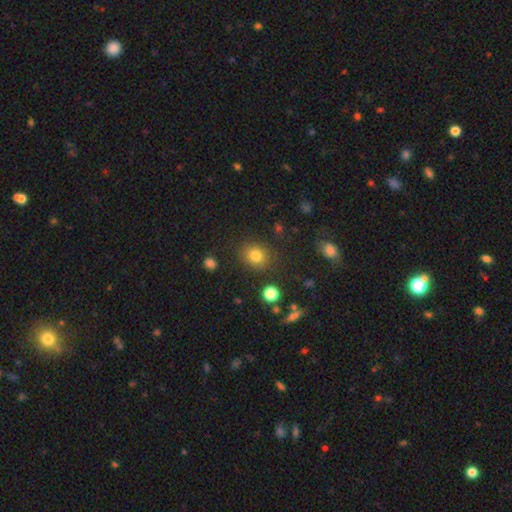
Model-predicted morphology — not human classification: The model was most divided on "how rounded": round: 75%, in between: 24%, cigar-shaped: 1%. More confident: merging — none (85%); smooth or featured — smooth (80%).